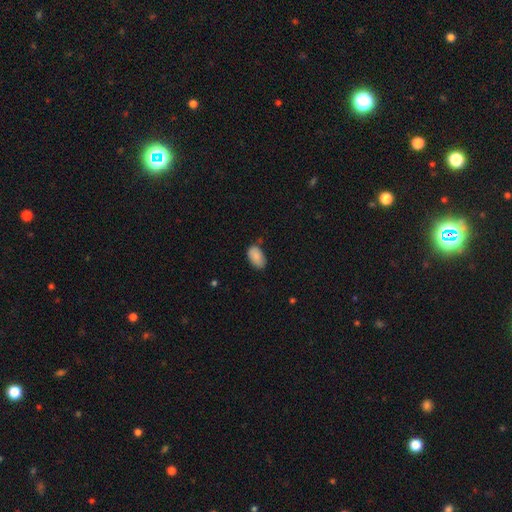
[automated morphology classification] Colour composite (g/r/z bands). It shows a smooth galaxy with no disk features (87%) that is in between round and cigar-shaped (94%). Merging: none (71%).